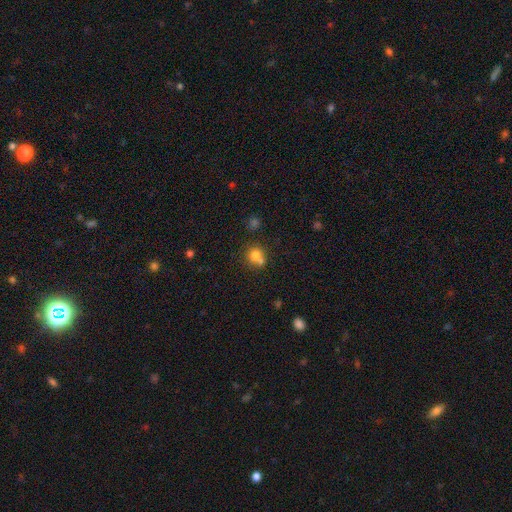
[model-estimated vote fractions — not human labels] Morphology: type=smooth (76%); roundness=round (84%); merging=merger (44%, tied with none).